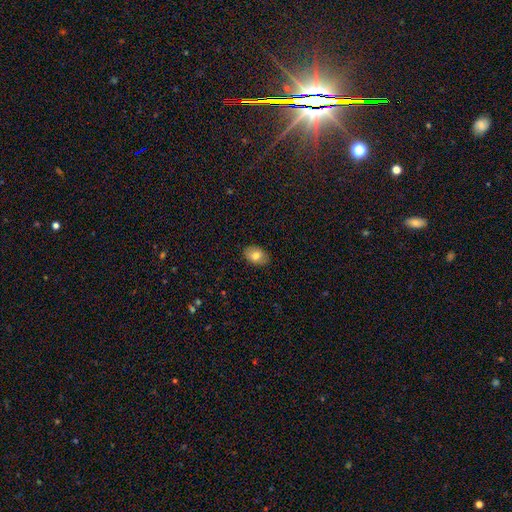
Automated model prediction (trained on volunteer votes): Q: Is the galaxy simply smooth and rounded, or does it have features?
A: smooth — 78%.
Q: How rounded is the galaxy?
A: in between — 85%.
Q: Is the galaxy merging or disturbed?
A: none — 87%.